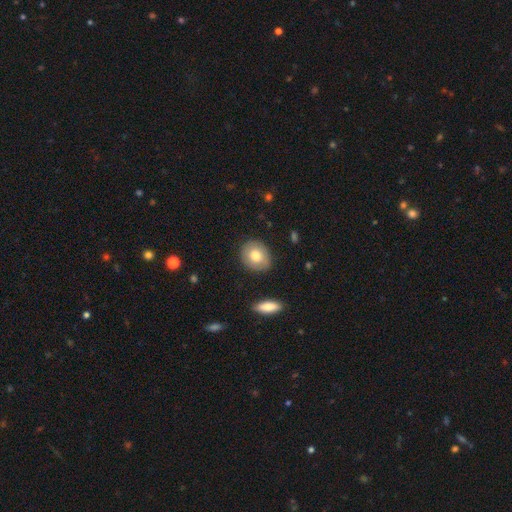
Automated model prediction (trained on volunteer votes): Morphology: type=smooth (76%); roundness=round (63%); merging=none (87%).